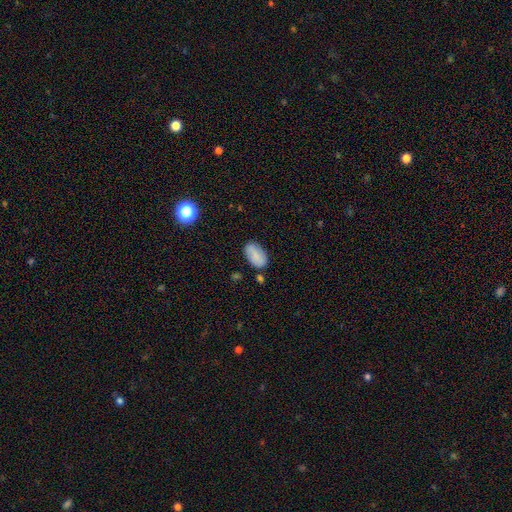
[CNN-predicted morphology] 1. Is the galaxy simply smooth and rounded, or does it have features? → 80% smooth, 12% featured or disk, 8% star or artifact.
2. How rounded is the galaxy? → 93% in between, 5% round, 2% cigar-shaped.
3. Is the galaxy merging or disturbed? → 73% none, 18% minor disturbance, 5% merger, 4% major disturbance.